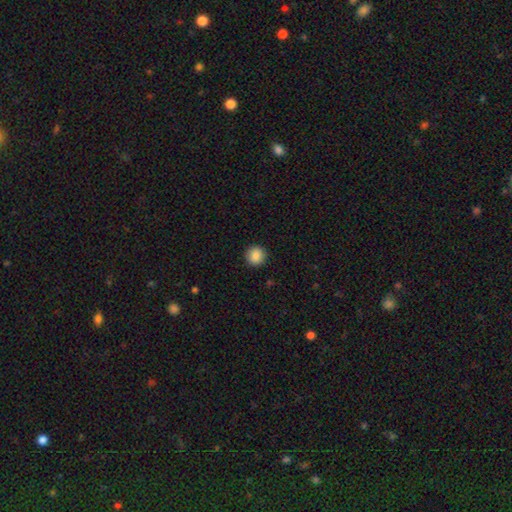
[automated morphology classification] This is clearly a smooth galaxy (87%). How rounded: clearly round (93%). Merging: clearly none (92%).